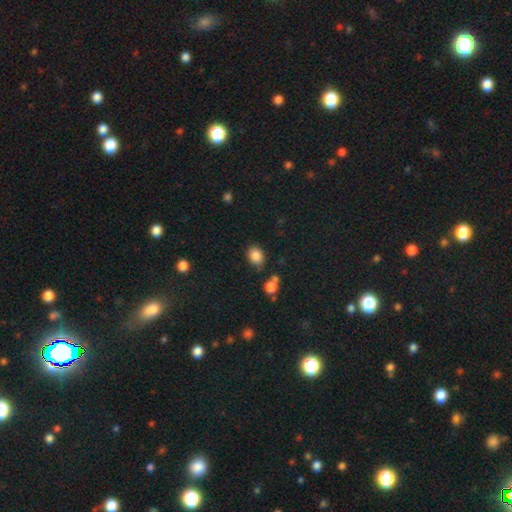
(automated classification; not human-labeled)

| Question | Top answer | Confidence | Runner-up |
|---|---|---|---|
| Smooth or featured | smooth | 85% | star or artifact (10%) |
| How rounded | in between | 53% | round (46%) |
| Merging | none | 77% | minor disturbance (13%) |